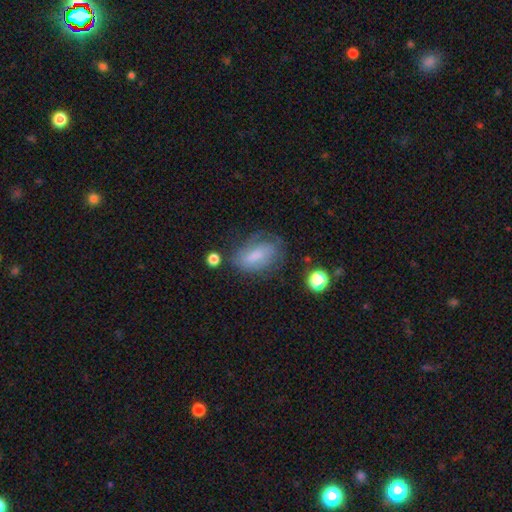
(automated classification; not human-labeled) A smooth galaxy with no disk features (62%) that is in between round and cigar-shaped (87%). Merging: none (56%).